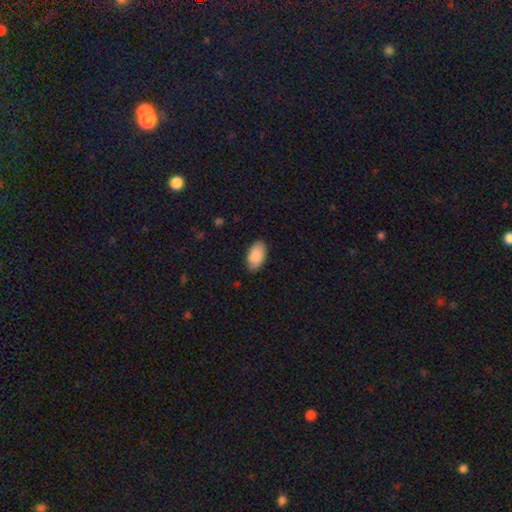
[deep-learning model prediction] Smooth or featured? Predicted: smooth (p=0.89). How rounded? Predicted: in between (p=0.95). Merging? Predicted: none (p=0.83).